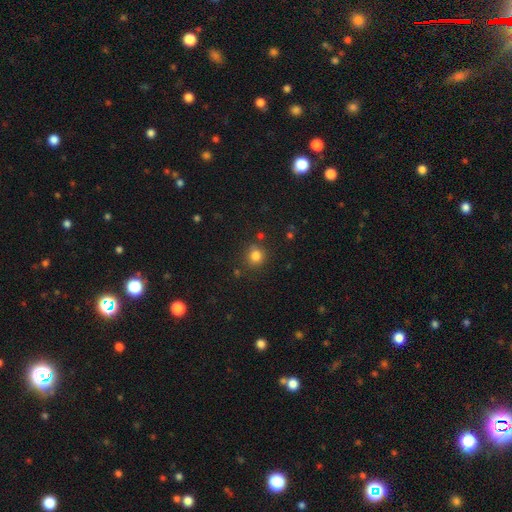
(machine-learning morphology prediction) smooth_or_featured: smooth (p=0.82) [alt: star or artifact p=0.13]
how_rounded: round (p=0.84) [alt: in between p=0.15]
merging: none (p=0.79) [alt: minor disturbance p=0.11]